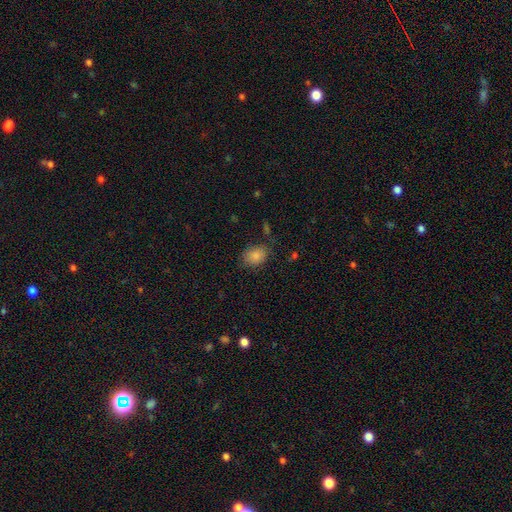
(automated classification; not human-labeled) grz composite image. It shows a smooth galaxy with no disk features (85%) that is in between round and cigar-shaped (63%). Merging: none (77%).